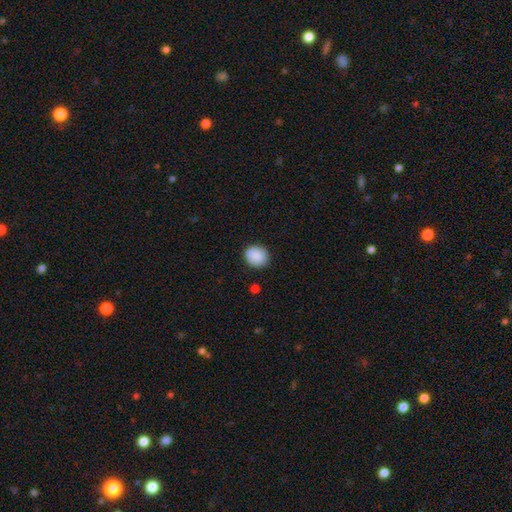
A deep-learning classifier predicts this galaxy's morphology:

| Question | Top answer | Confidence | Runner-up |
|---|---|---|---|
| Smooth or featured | smooth | 89% | star or artifact (7%) |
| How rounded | round | 82% | in between (17%) |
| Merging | none | 88% | minor disturbance (9%) |